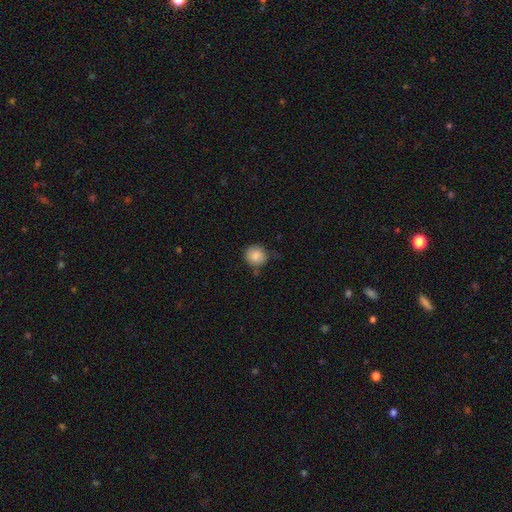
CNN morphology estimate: smooth-or-featured: smooth: 86% | star or artifact: 8% | featured or disk: 6%
  how-rounded: round: 90% | in between: 9% | cigar-shaped: 1%
  merging: none: 72% | minor disturbance: 21% | major disturbance: 4% | merger: 3%